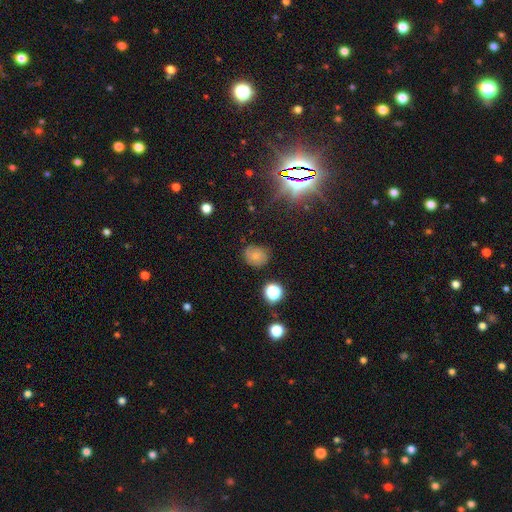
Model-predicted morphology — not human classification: This is likely a smooth galaxy (64%). How rounded: likely round (66%). Merging: likely none (74%).